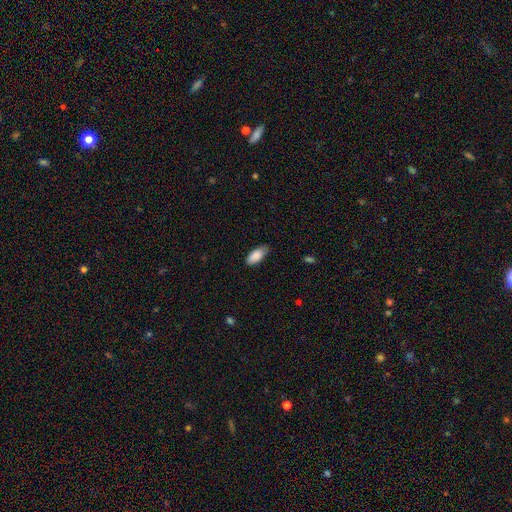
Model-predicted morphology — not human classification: Smooth or featured: smooth — 88% (star or artifact — 6%)
How rounded: in between — 88% (cigar-shaped — 10%)
Merging: none — 76% (minor disturbance — 20%)